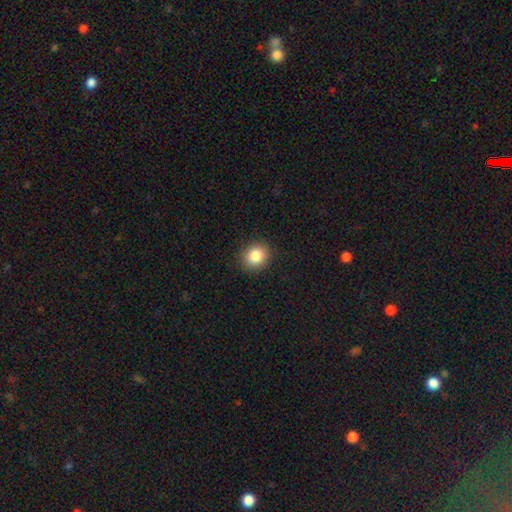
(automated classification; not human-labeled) Q: Smooth or featured?
A: smooth (85%); runner-up: star or artifact (10%)
Q: How rounded?
A: round (77%); runner-up: in between (22%)
Q: Merging?
A: none (90%); runner-up: minor disturbance (7%)